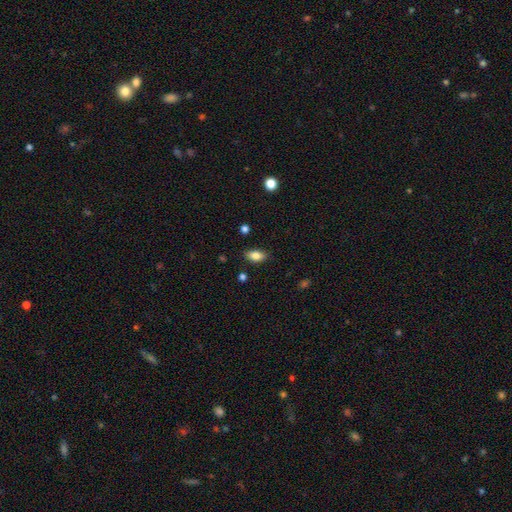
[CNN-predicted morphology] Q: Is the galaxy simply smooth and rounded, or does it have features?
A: smooth — 83%.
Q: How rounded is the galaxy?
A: in between — 90%.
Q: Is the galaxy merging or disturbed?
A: none — 86%.